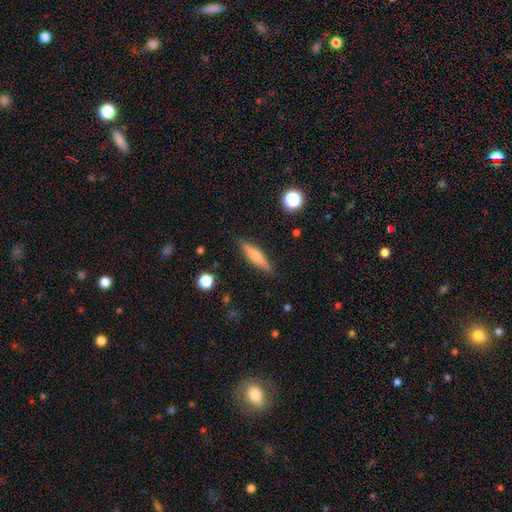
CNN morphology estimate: Q: Smooth or featured?
A: smooth (53%); runner-up: featured or disk (40%)
Q: How rounded?
A: cigar-shaped (78%); runner-up: in between (19%)
Q: Merging?
A: none (87%); runner-up: minor disturbance (9%)